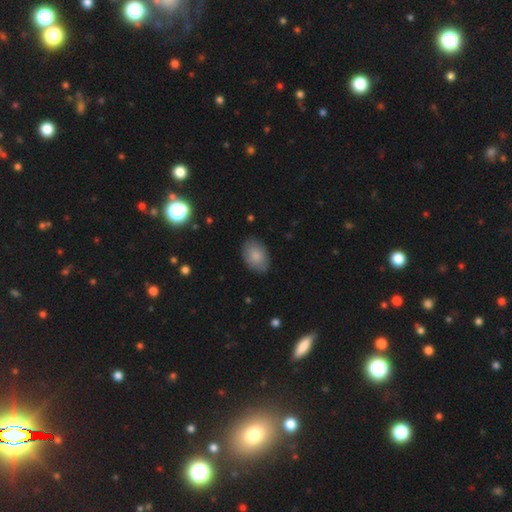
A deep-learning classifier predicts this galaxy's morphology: Smooth or featured? smooth (84%)
How rounded? in between (87%)
Merging? none (83%)